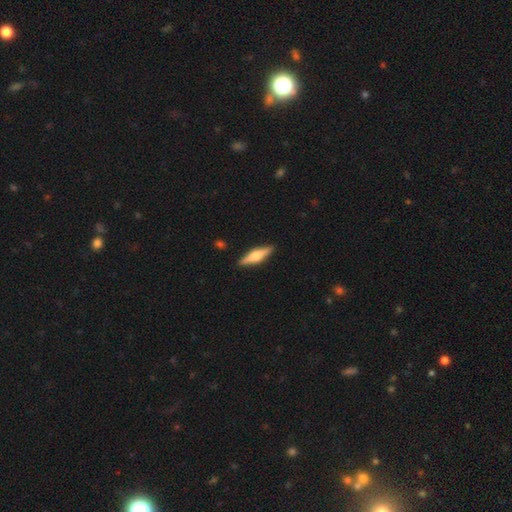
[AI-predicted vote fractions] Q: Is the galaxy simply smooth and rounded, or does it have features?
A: featured or disk — 58%.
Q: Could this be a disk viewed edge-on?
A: yes — 96%.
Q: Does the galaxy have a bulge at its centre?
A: rounded — 87%.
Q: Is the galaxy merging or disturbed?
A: none — 90%.